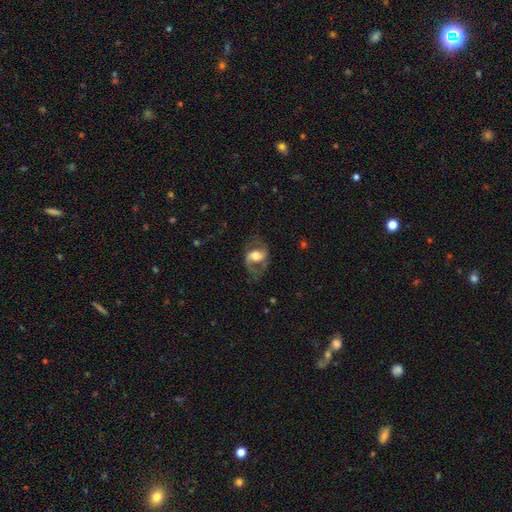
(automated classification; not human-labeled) smooth_or_featured: featured or disk (p=0.78) [alt: smooth p=0.16]
disk_edge_on: no (p=0.97) [alt: yes p=0.03]
bar: weak (p=0.42) [alt: no p=0.36]
has_spiral_arms: yes (p=0.91) [alt: no p=0.09]
spiral_winding: medium (p=0.48) [alt: loose p=0.40]
spiral_arm_count: 2 (p=0.85) [alt: 1 p=0.08]
bulge_size: moderate (p=0.52) [alt: large p=0.32]
merging: none (p=0.61) [alt: major disturbance p=0.19]